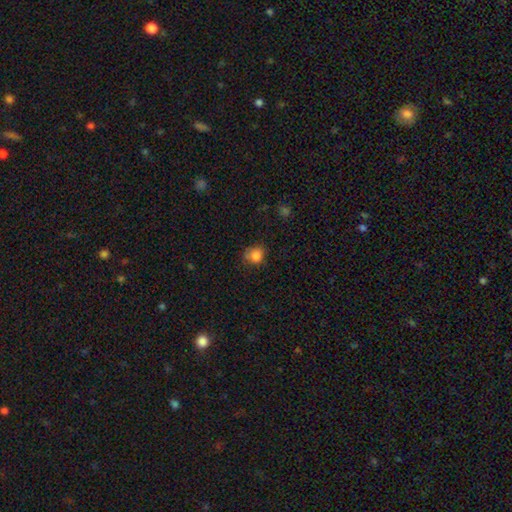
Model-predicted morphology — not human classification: This is clearly a smooth galaxy (84%). How rounded: likely round (71%). Merging: likely none (62%).